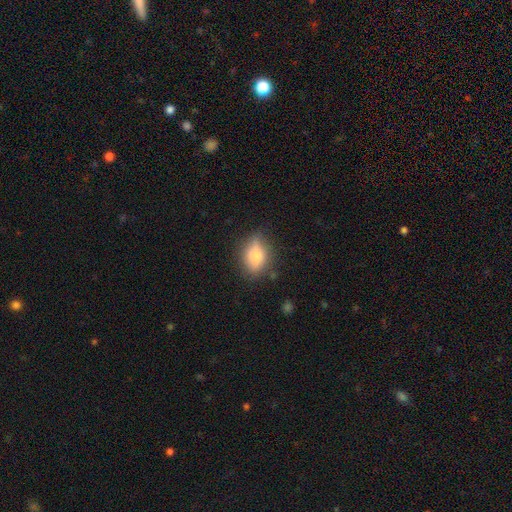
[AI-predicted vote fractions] Smooth or featured: smooth — 67% (featured or disk — 24%)
How rounded: in between — 75% (round — 17%)
Merging: none — 68% (minor disturbance — 23%)